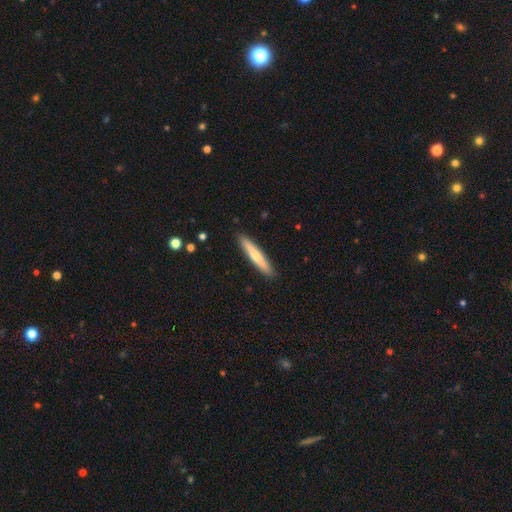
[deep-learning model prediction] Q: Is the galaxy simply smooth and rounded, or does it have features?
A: smooth — 58%.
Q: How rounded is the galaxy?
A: cigar-shaped — 93%.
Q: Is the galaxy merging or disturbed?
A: none — 91%.